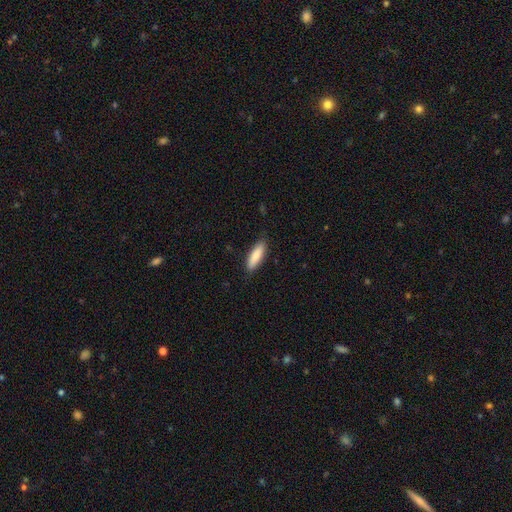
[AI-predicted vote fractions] smooth_or_featured: smooth (p=0.84) [alt: featured or disk p=0.11]
how_rounded: cigar-shaped (p=0.54) [alt: in between p=0.45]
merging: none (p=0.85) [alt: minor disturbance p=0.12]